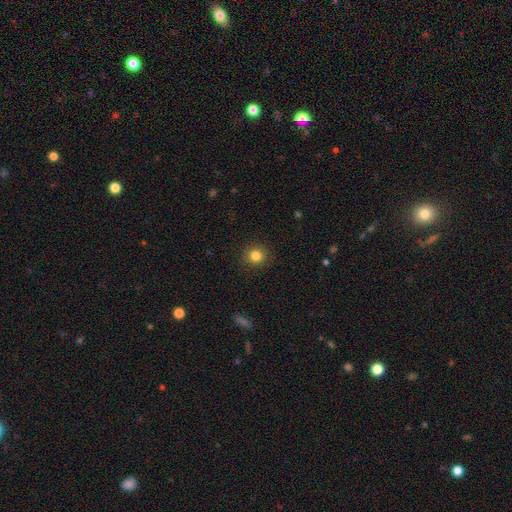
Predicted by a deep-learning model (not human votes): Overall: smooth (83%). How rounded: round (89%). Merging: none (90%).